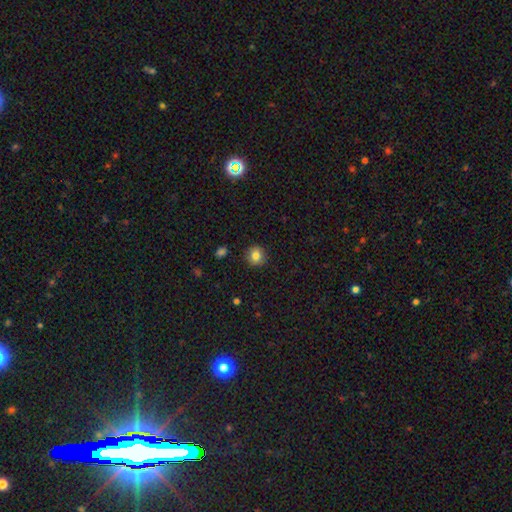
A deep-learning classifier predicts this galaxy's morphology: smooth_or_featured: smooth (p=0.82) [alt: star or artifact p=0.10]
how_rounded: round (p=0.91) [alt: in between p=0.08]
merging: none (p=0.91) [alt: minor disturbance p=0.06]